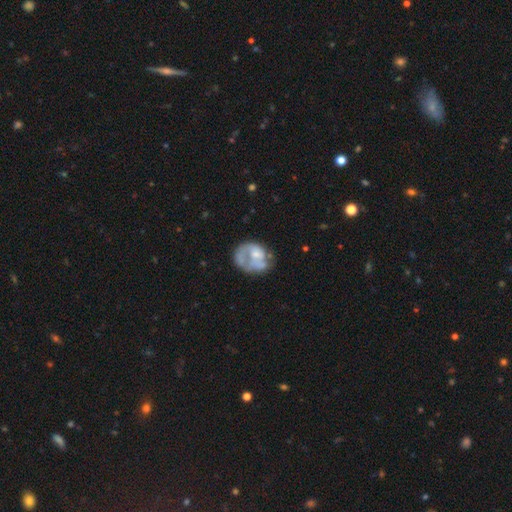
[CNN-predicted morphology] Smooth or featured: featured or disk — 56% (smooth — 36%)
Edge-on disk: no — 98% (yes — 2%)
Bar: no — 82% (weak — 16%)
Spiral arms: no — 63% (yes — 37%)
Bulge size: moderate — 33% (tied with small — 33%)
Merging: none — 36% (major disturbance — 31%)